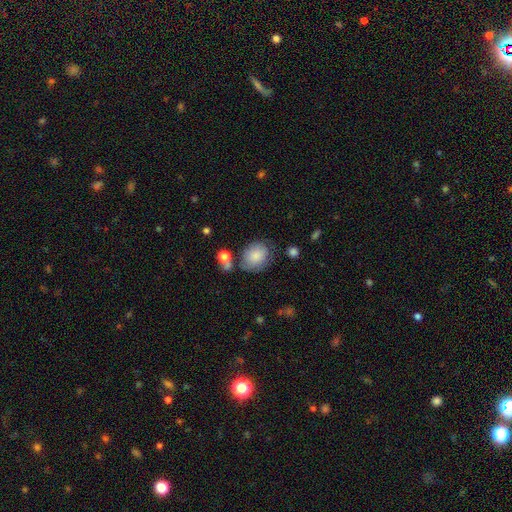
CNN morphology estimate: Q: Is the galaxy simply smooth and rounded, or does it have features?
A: smooth — 82%.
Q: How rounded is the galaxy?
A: in between — 50%.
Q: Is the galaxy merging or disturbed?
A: none — 60%.